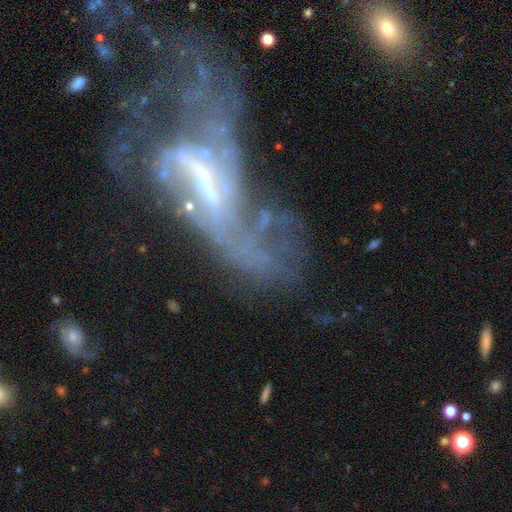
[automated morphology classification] Smooth or featured? Predicted: featured or disk (p=0.74). Edge-on disk? Predicted: no (p=0.88). Bar? Predicted: strong (p=0.35). Spiral arms? Predicted: yes (p=0.55). Bulge size? Predicted: small (p=0.37). Merging? Predicted: major disturbance (p=0.45).